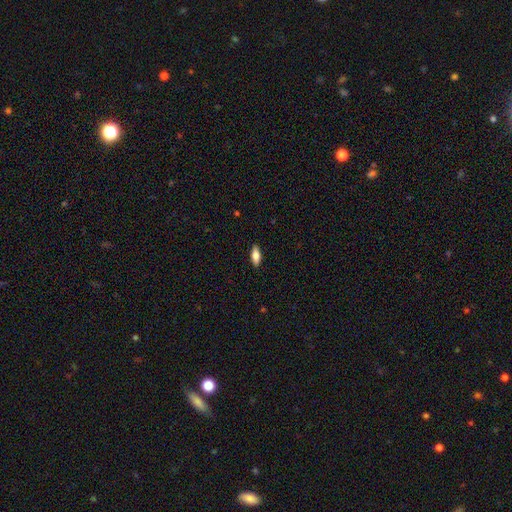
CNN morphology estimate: smooth 70%, featured or disk 24%, star or artifact 6%. Down the decision tree: how rounded — in between (71%); merging — none (89%).